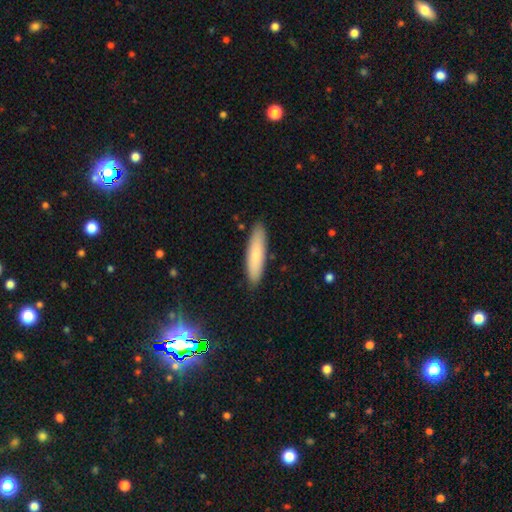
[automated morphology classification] smooth 78%, featured or disk 16%, star or artifact 6%. Down the decision tree: how rounded — cigar-shaped (78%); merging — none (88%).